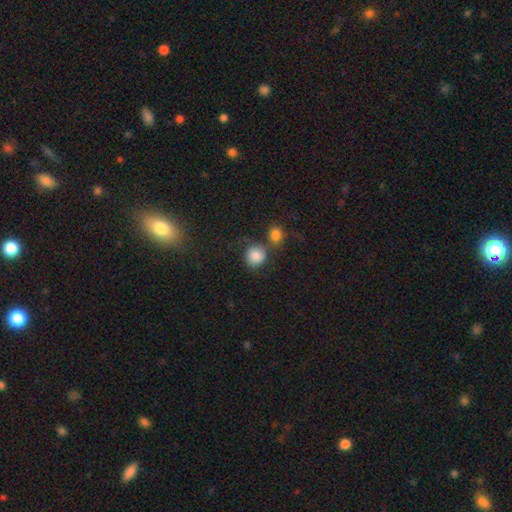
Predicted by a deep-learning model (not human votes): Q: Smooth or featured?
A: smooth (85%); runner-up: star or artifact (9%)
Q: How rounded?
A: round (85%); runner-up: in between (14%)
Q: Merging?
A: none (56%); runner-up: merger (26%)